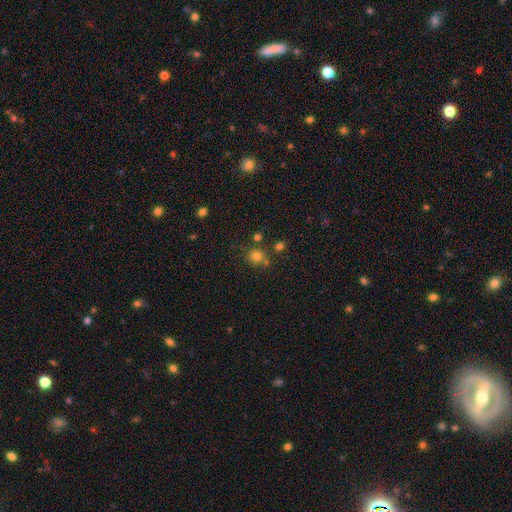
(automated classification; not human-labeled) A smooth galaxy with no disk features (77%) that is round (87%). Merging: none (72%).